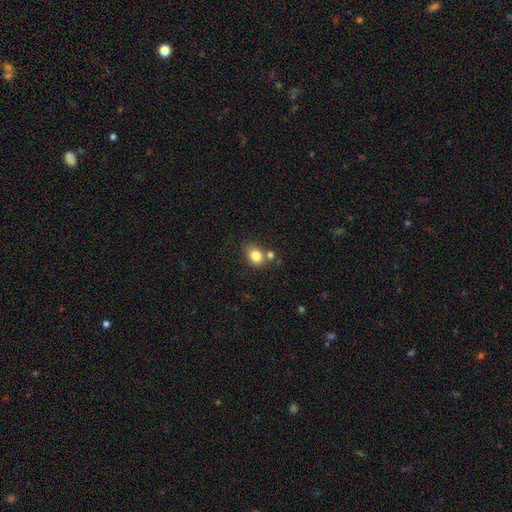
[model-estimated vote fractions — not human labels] smooth 82%, star or artifact 10%, featured or disk 8%. Down the decision tree: how rounded — in between (55%); merging — none (59%).